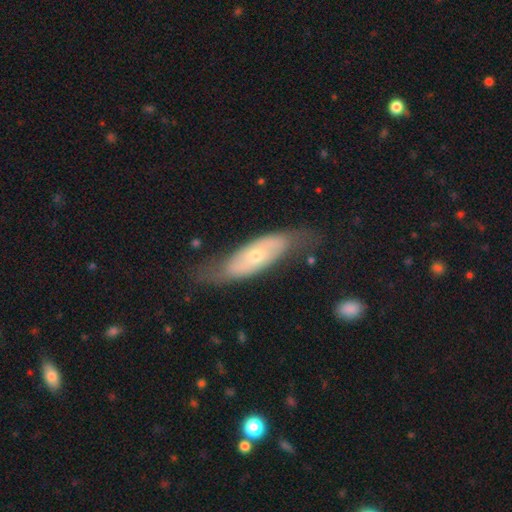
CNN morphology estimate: Q: Smooth or featured?
A: featured or disk (59%); runner-up: smooth (35%)
Q: Edge-on disk?
A: no (77%); runner-up: yes (23%)
Q: Merging?
A: none (62%); runner-up: minor disturbance (23%)